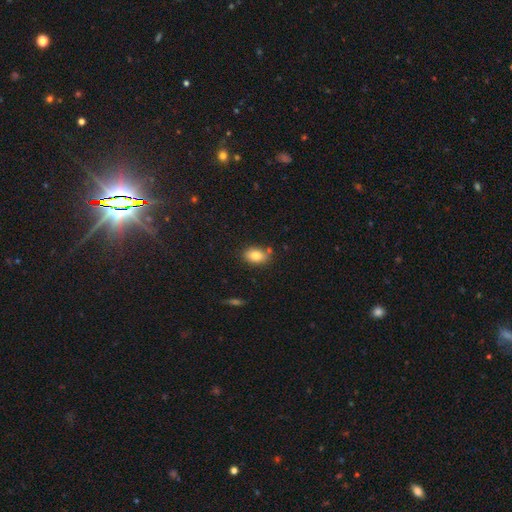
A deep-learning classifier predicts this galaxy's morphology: A smooth galaxy with no disk features (82%) that is in between round and cigar-shaped (80%). Merging: none (79%).